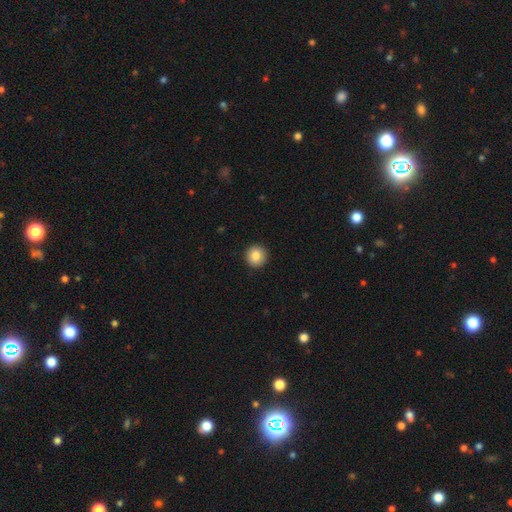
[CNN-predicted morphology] A smooth galaxy with no disk features (85%) that is round (94%). Merging: none (92%).